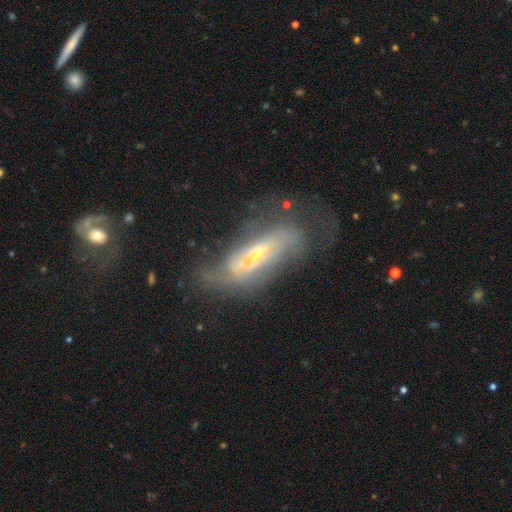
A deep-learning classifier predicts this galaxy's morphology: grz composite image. It shows a featured or disk galaxy (73%) with no bar (40%), spiral arms (72%) and a small central bulge (49%). Merging: none (43%).